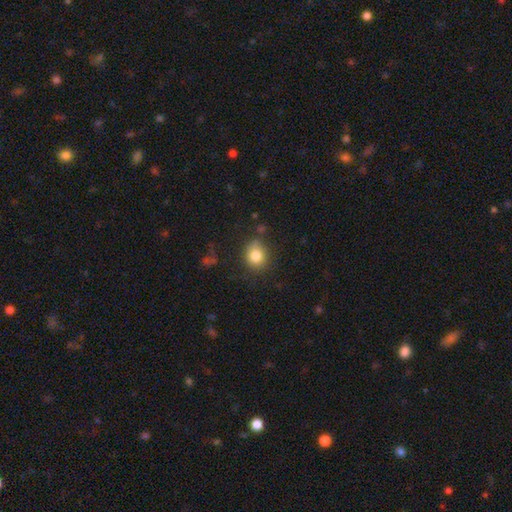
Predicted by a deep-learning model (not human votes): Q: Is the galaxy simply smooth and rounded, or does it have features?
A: smooth — 82%.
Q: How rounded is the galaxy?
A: round — 71%.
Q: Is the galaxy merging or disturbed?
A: none — 72%.